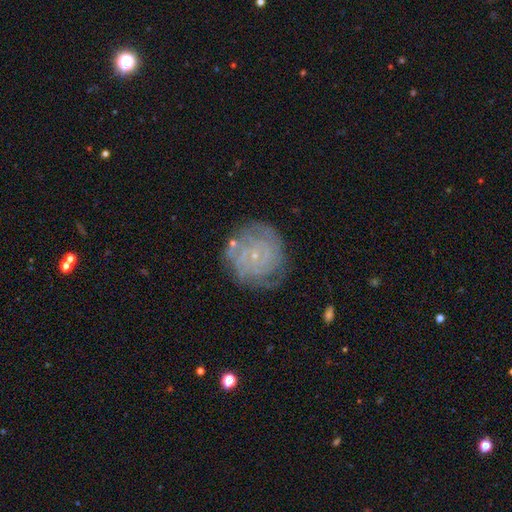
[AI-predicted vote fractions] Smooth or featured?
  - featured or disk: 74% *
  - smooth: 18%
  - star or artifact: 8%
Edge-on disk?
  - no: 98% *
  - yes: 2%
Bar?
  - no: 80% *
  - weak: 17%
  - strong: 4%
Spiral arms?
  - yes: 89% *
  - no: 11%
Spiral winding?
  - tight: 78% *
  - medium: 17%
  - loose: 5%
Spiral arm count?
  - can't tell: 44% *
  - 3: 15%
  - 2: 14%
  - 4: 14%
  - more than 4: 7%
  - 1: 6%
Bulge size?
  - small: 86% *
  - moderate: 7%
  - none: 5%
  - large: 1%
  - dominant: 1%
Merging?
  - none: 72% *
  - minor disturbance: 18%
  - major disturbance: 7%
  - merger: 3%